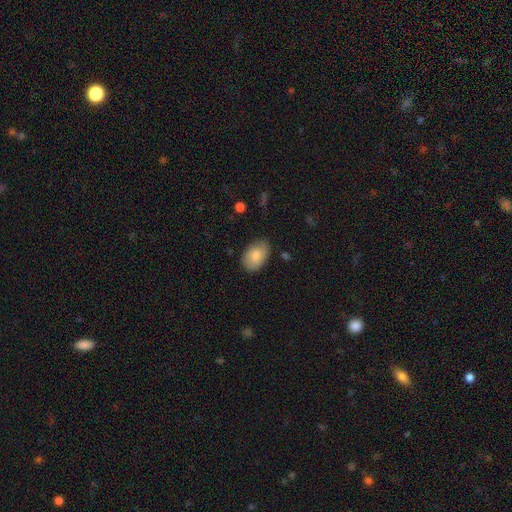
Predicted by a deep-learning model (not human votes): Smooth or featured: smooth — 82% (featured or disk — 11%)
How rounded: in between — 88% (round — 11%)
Merging: none — 77% (minor disturbance — 18%)